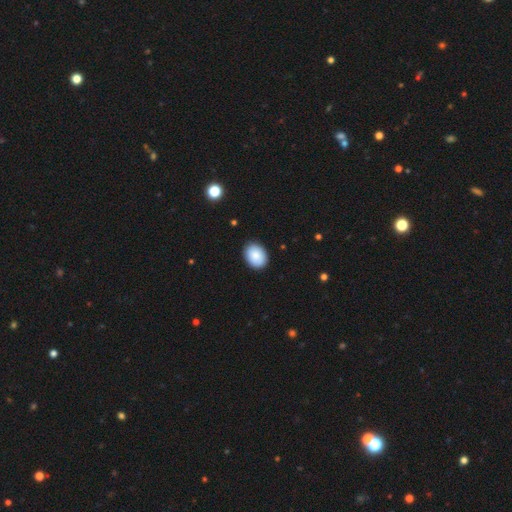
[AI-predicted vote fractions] smooth_or_featured: smooth (p=0.88) [alt: star or artifact p=0.07]
how_rounded: in between (p=0.69) [alt: round p=0.30]
merging: none (p=0.88) [alt: minor disturbance p=0.09]